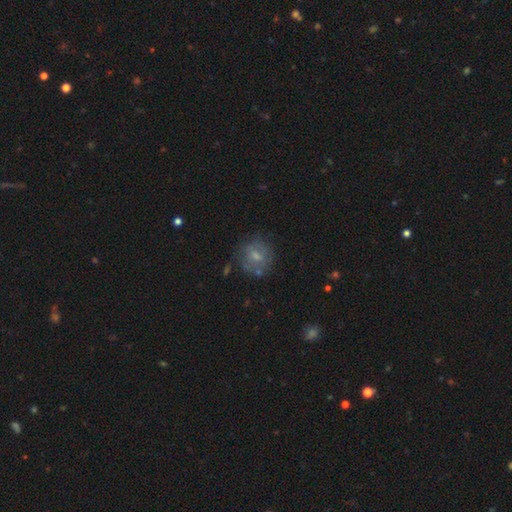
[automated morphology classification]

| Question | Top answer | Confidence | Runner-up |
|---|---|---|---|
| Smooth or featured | smooth | 51% | featured or disk (39%) |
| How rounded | round | 78% | in between (21%) |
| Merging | none | 64% | minor disturbance (20%) |